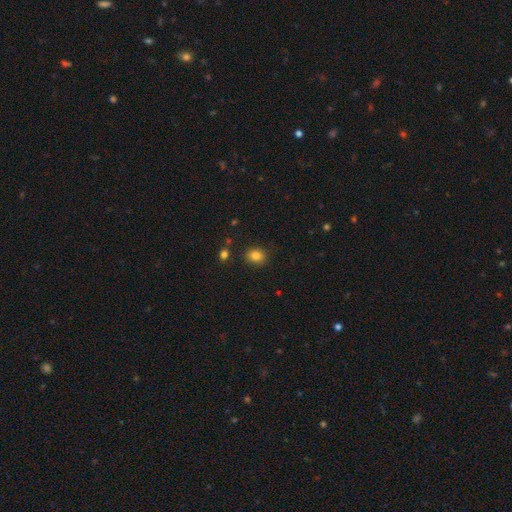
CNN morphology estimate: Smooth or featured? Predicted: smooth (p=0.83). How rounded? Predicted: round (p=0.59). Merging? Predicted: none (p=0.86).